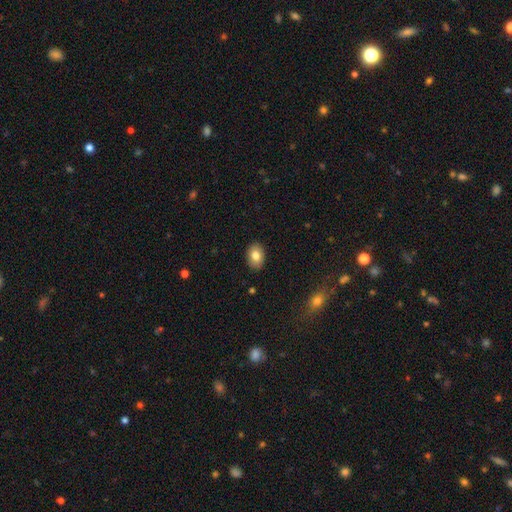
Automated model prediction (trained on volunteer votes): Morphology: type=smooth (81%); roundness=in between (80%); merging=none (89%).